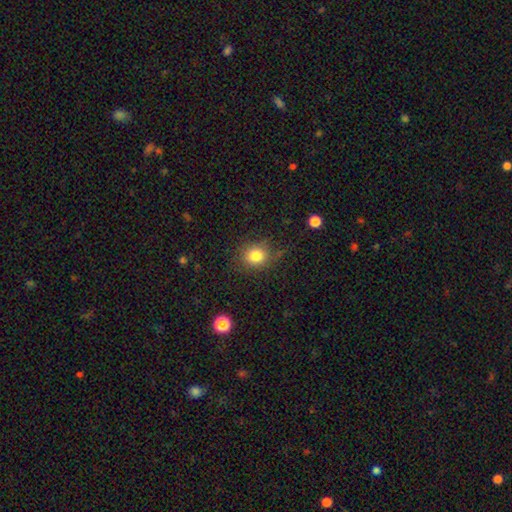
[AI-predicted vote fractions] Q: Smooth or featured?
A: smooth (81%); runner-up: star or artifact (12%)
Q: How rounded?
A: round (74%); runner-up: in between (25%)
Q: Merging?
A: none (77%); runner-up: minor disturbance (16%)